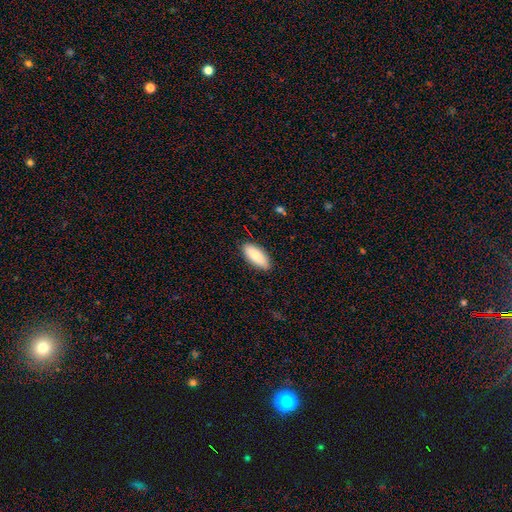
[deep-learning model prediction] A smooth galaxy with no disk features (84%) that is in between round and cigar-shaped (82%).

Vote fractions:
- Smooth or featured? smooth: 84% / featured or disk: 10% / star or artifact: 6%
- How rounded? in between: 82% / cigar-shaped: 16% / round: 2%
- Merging? none: 87% / minor disturbance: 10% / major disturbance: 2% / merger: 1%